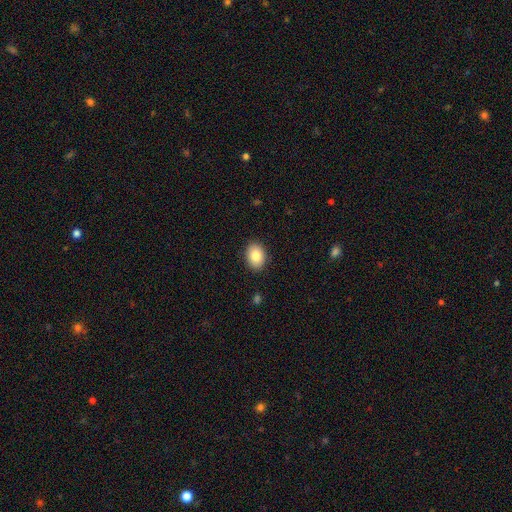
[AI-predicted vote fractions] Overall: smooth (85%). How rounded: in between (73%). Merging: none (89%).